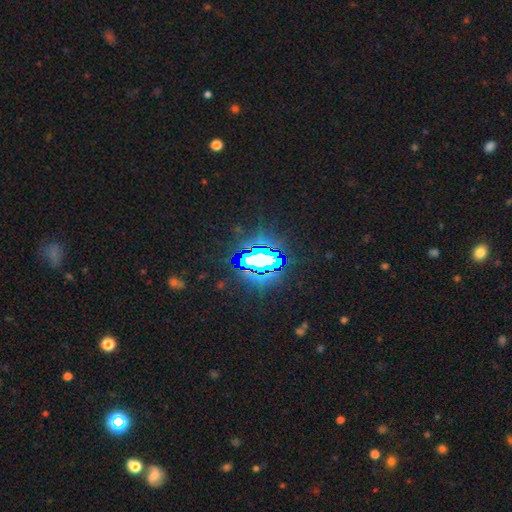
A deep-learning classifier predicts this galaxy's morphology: Smooth or featured?
  - star or artifact: 76% *
  - smooth: 12%
  - featured or disk: 12%